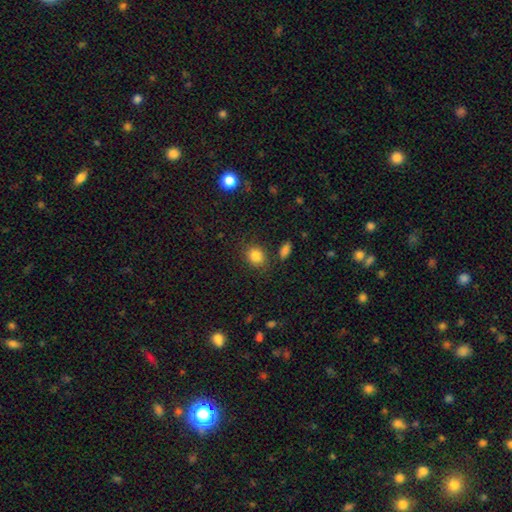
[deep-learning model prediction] Smooth or featured: smooth — 85% (star or artifact — 10%)
How rounded: round — 63% (in between — 36%)
Merging: none — 81% (minor disturbance — 11%)